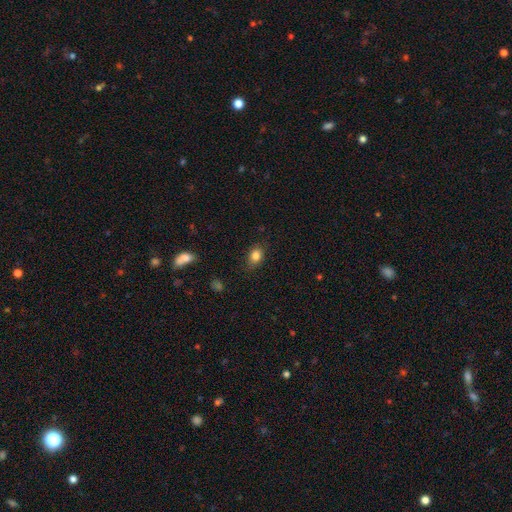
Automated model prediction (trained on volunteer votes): smooth-or-featured: smooth: 83% | star or artifact: 10% | featured or disk: 7%
  how-rounded: in between: 68% | round: 31% | cigar-shaped: 2%
  merging: none: 80% | minor disturbance: 15% | major disturbance: 3% | merger: 1%